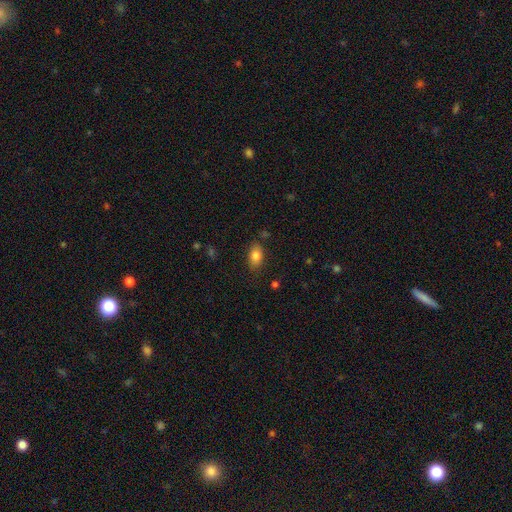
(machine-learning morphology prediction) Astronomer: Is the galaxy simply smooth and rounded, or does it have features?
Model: smooth — 82%.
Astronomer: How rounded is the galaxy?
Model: in between — 87%.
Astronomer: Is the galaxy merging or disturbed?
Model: none — 81%.